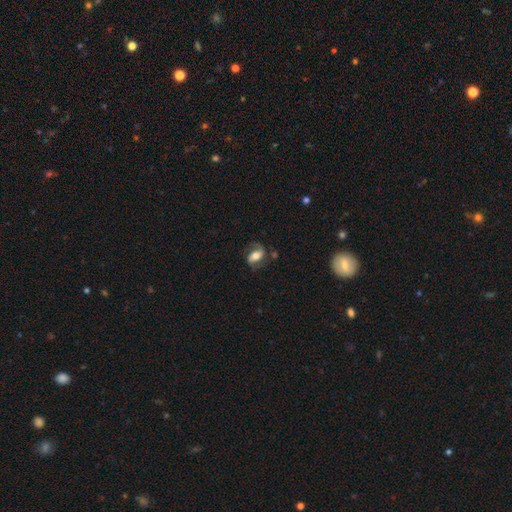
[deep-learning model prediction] This is possibly a featured or disk galaxy (59%). It is clearly not viewed edge-on (93%). Bar: marginally strong (36%). Spiral arm pattern: clearly yes (84%). Central bulge: possibly moderate (58%). Merging: likely none (65%).